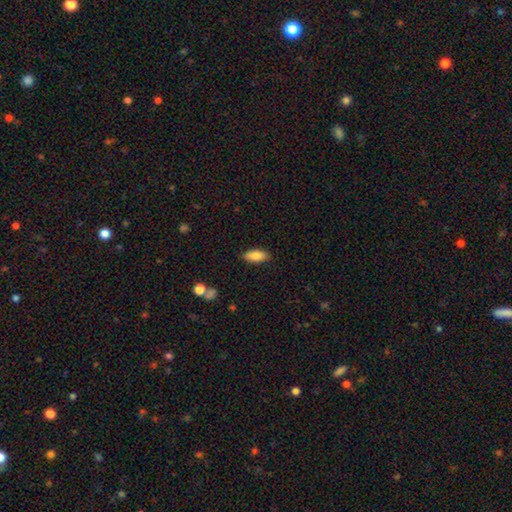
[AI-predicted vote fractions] This appears to be a smooth galaxy with no disk features (84%) that is in between round and cigar-shaped (84%). Merging: none (87%).